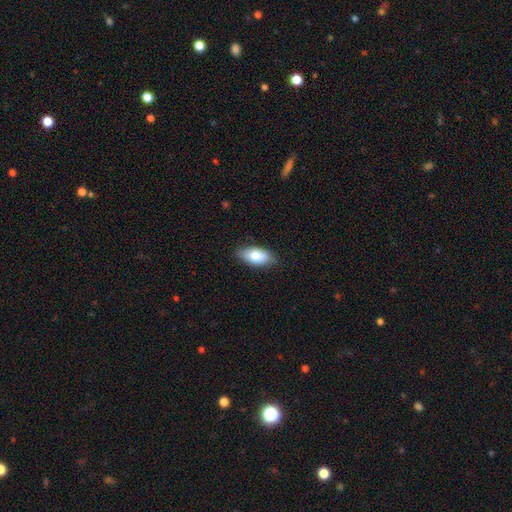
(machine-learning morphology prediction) A smooth galaxy with no disk features (79%) that is in between round and cigar-shaped (90%).

Vote fractions:
- Smooth or featured? smooth: 79% / featured or disk: 15% / star or artifact: 6%
- How rounded? in between: 90% / cigar-shaped: 7% / round: 4%
- Merging? none: 84% / minor disturbance: 13% / major disturbance: 2% / merger: 1%